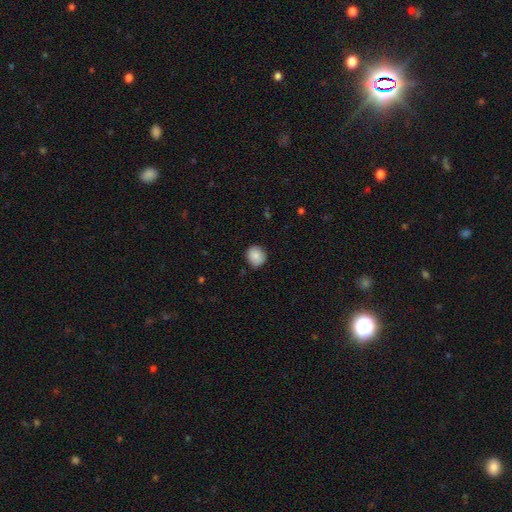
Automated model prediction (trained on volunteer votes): Smooth or featured: smooth — 85% (star or artifact — 8%)
How rounded: round — 82% (in between — 17%)
Merging: none — 85% (minor disturbance — 11%)